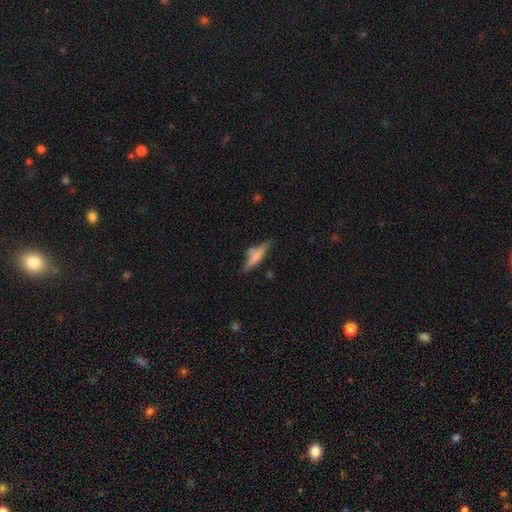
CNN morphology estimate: Smooth or featured?
  - smooth: 58% *
  - featured or disk: 34%
  - star or artifact: 8%
How rounded?
  - cigar-shaped: 77% *
  - in between: 20%
  - round: 2%
Merging?
  - none: 58% *
  - minor disturbance: 20%
  - merger: 14%
  - major disturbance: 7%